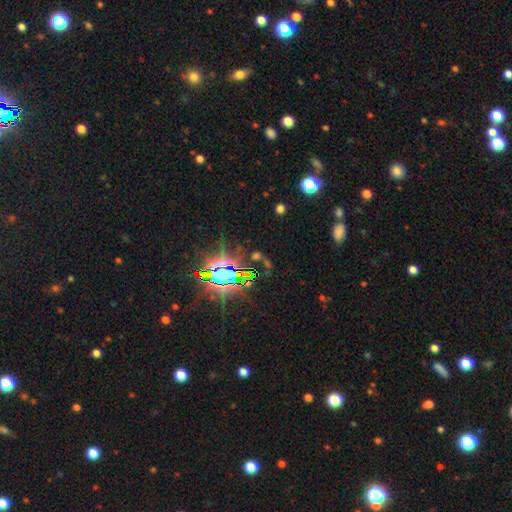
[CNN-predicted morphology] The model was most divided on "smooth or featured": star or artifact: 82%, smooth: 9%, featured or disk: 9%.